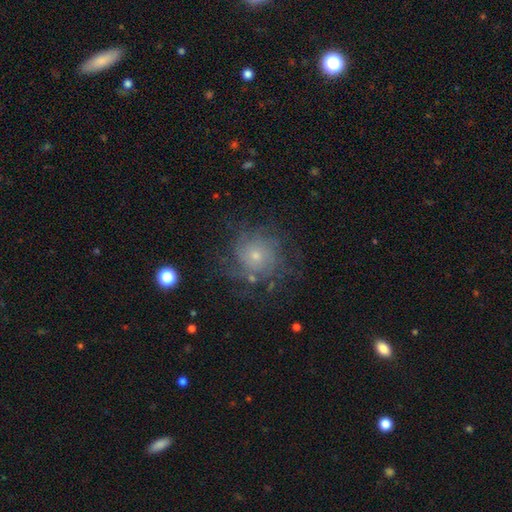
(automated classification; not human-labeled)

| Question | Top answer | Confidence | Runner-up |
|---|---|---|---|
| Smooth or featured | featured or disk | 60% | smooth (28%) |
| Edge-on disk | no | 97% | yes (3%) |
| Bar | no | 84% | weak (13%) |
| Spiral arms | yes | 79% | no (21%) |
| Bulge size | small | 61% | moderate (33%) |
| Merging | none | 66% | minor disturbance (17%) |